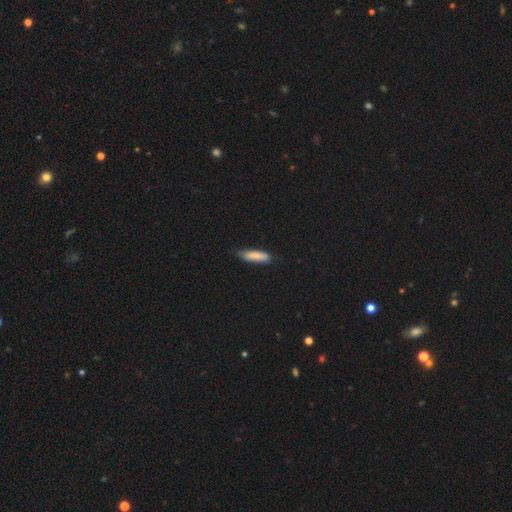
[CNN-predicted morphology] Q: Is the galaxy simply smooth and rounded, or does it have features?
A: smooth — 85%.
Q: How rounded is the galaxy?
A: cigar-shaped — 71%.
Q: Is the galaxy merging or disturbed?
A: none — 76%.